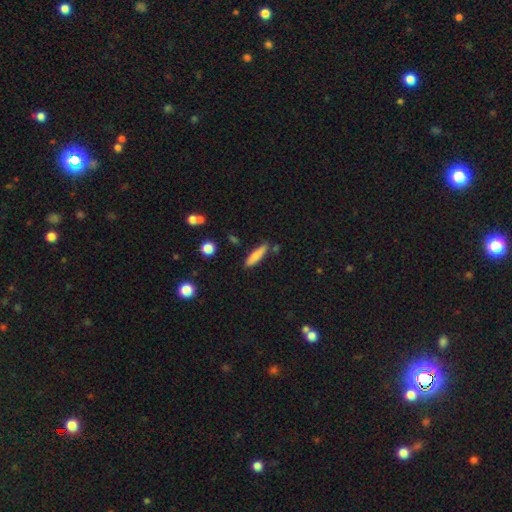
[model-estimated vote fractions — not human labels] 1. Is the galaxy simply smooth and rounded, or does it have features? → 77% smooth, 16% featured or disk, 7% star or artifact.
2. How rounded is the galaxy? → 78% cigar-shaped, 20% in between, 2% round.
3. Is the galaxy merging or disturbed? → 79% none, 14% minor disturbance, 5% merger, 3% major disturbance.